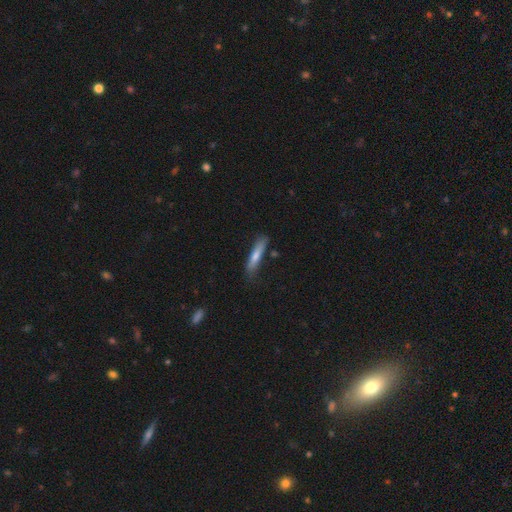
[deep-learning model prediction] smooth 61%, featured or disk 32%, star or artifact 7%. Down the decision tree: how rounded — cigar-shaped (89%); merging — none (75%).